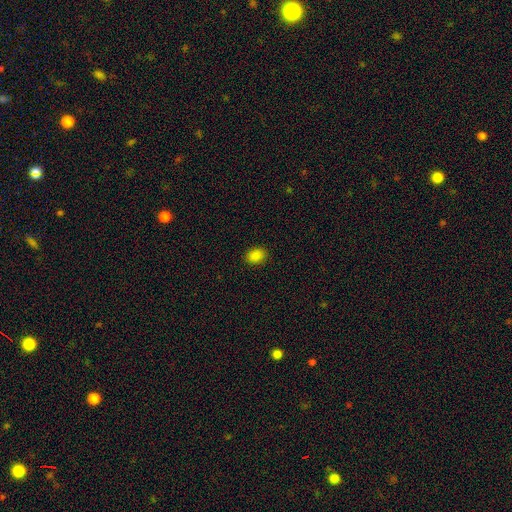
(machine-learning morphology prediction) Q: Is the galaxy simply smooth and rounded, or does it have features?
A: smooth — 85%.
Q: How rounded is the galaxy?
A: in between — 70%.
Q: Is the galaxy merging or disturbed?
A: none — 89%.